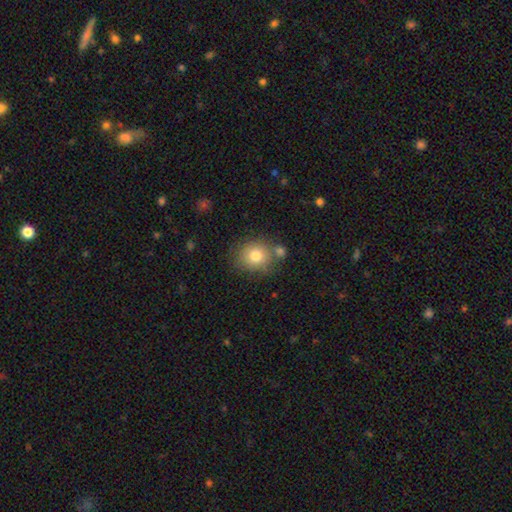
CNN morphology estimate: Smooth or featured? smooth (77%)
How rounded? round (80%)
Merging? none (67%)